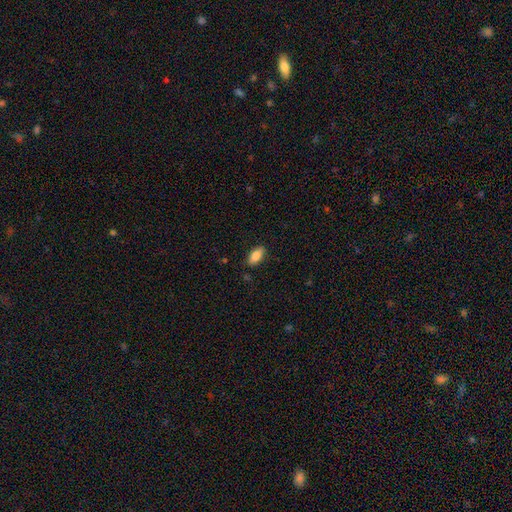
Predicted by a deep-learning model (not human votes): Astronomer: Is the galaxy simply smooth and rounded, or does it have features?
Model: smooth — 85%.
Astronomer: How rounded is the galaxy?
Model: in between — 86%.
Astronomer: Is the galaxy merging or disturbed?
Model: none — 86%.